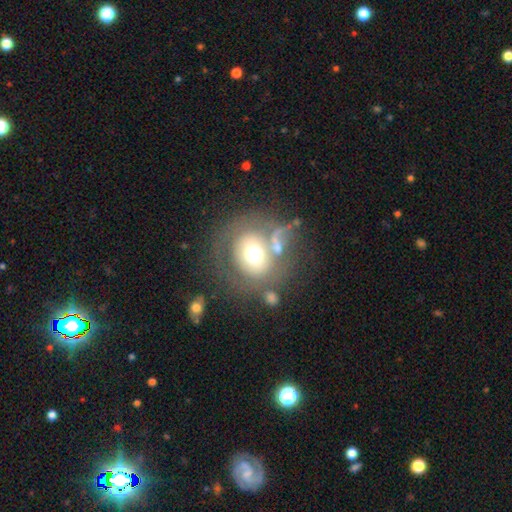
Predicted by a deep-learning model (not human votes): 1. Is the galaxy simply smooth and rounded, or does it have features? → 51% smooth, 37% featured or disk, 12% star or artifact.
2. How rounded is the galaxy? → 83% round, 16% in between, 1% cigar-shaped.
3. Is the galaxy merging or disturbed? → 53% none, 17% minor disturbance, 15% major disturbance, 14% merger.